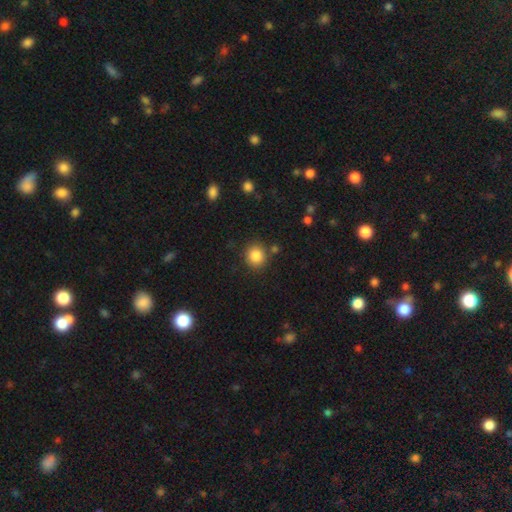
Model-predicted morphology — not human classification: This appears to be a smooth galaxy with no disk features (86%) that is round (87%). Merging: none (84%).